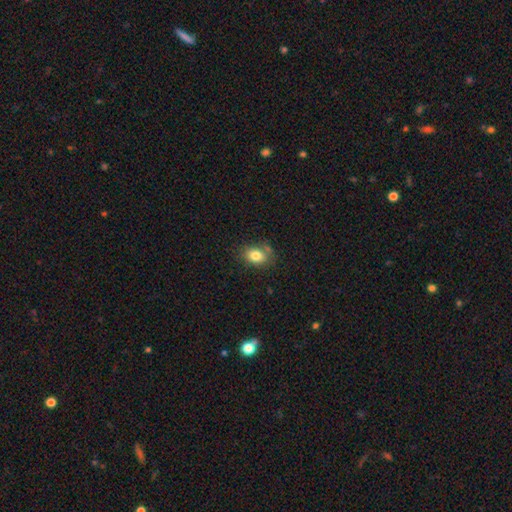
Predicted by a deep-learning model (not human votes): The model was most divided on "merging": none: 66%, minor disturbance: 20%, merger: 9%, major disturbance: 5%. More confident: smooth or featured — smooth (81%); how rounded — in between (73%).